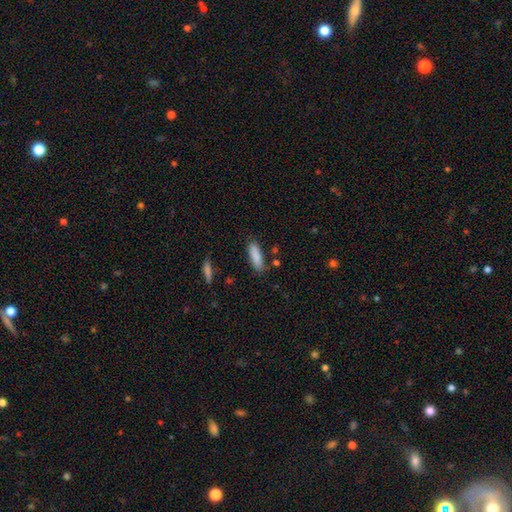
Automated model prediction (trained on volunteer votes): Smooth or featured? Predicted: smooth (p=0.87). How rounded? Predicted: in between (p=0.50). Merging? Predicted: none (p=0.81).